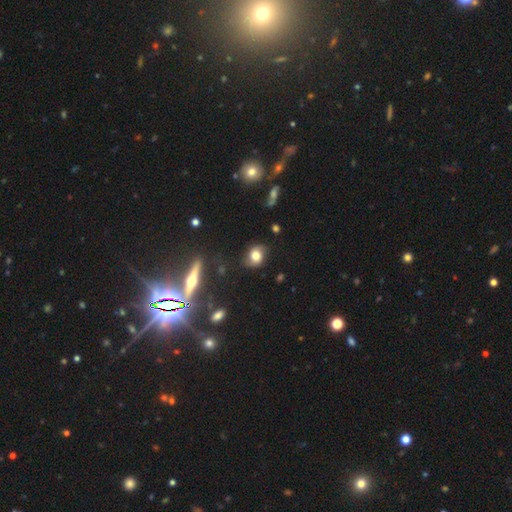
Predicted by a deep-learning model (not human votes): Smooth or featured: smooth — 65% (featured or disk — 25%)
How rounded: round — 60% (in between — 38%)
Merging: none — 74% (minor disturbance — 19%)